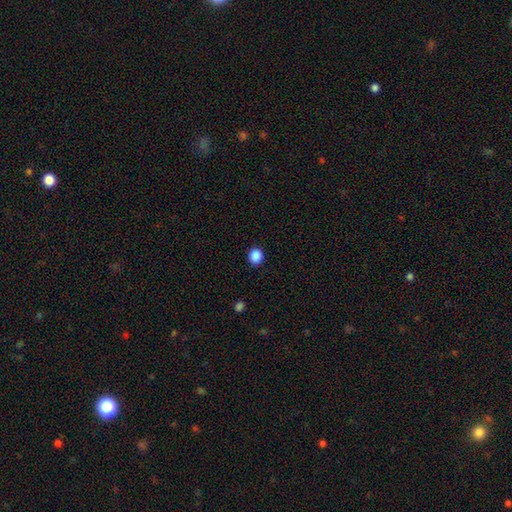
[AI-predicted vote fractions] A smooth galaxy with no disk features (88%) that is round (86%). Merging: none (91%).